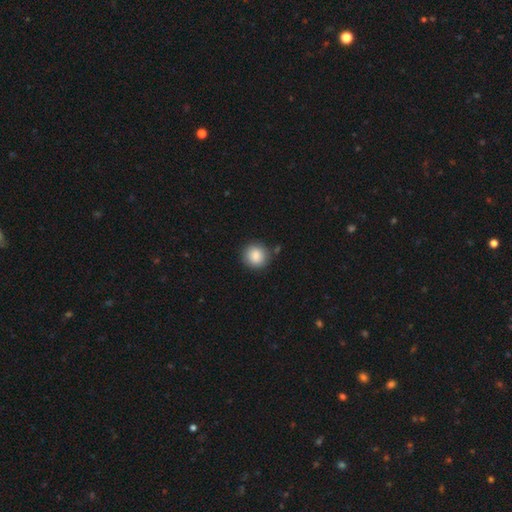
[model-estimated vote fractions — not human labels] A smooth galaxy with no disk features (88%) that is round (89%).

Vote fractions:
- Smooth or featured? smooth: 88% / star or artifact: 8% / featured or disk: 5%
- How rounded? round: 89% / in between: 10% / cigar-shaped: 1%
- Merging? none: 85% / minor disturbance: 10% / merger: 3% / major disturbance: 3%